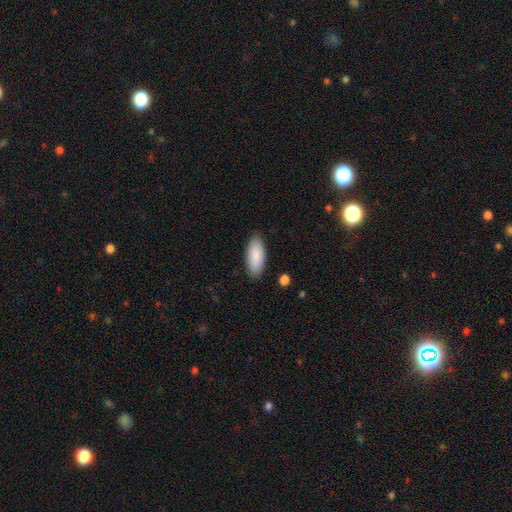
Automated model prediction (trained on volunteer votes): smooth_or_featured: smooth (p=0.89) [alt: featured or disk p=0.06]
how_rounded: in between (p=0.85) [alt: cigar-shaped p=0.13]
merging: none (p=0.88) [alt: minor disturbance p=0.09]